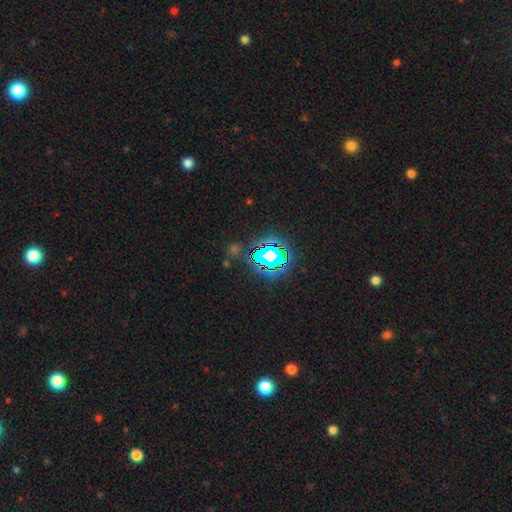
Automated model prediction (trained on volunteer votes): star or artifact 80%, smooth 12%, featured or disk 8%.